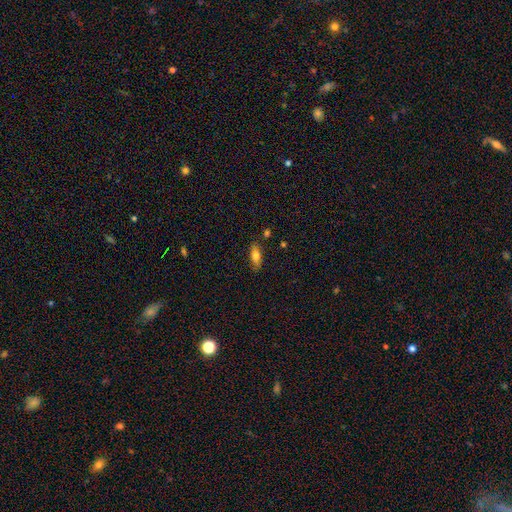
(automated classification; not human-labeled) Morphology: type=smooth (70%); roundness=in between (74%); merging=none (80%).